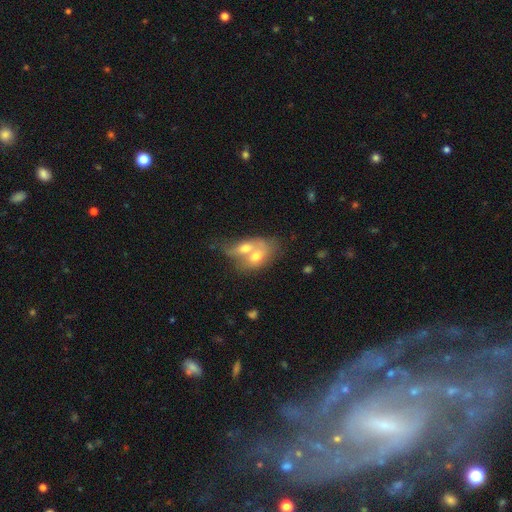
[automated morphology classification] Smooth or featured? smooth (58%)
How rounded? in between (74%)
Merging? merger (77%)